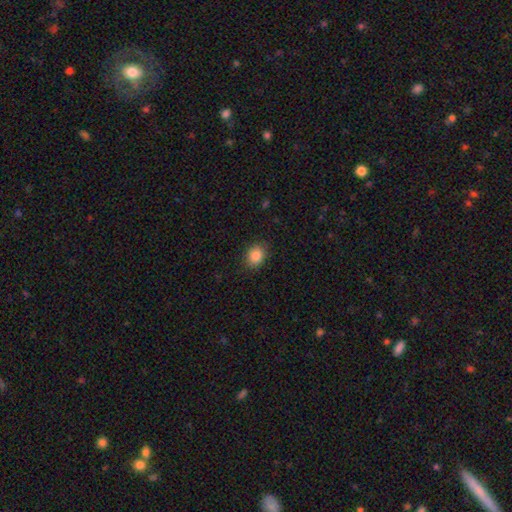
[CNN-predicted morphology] Smooth or featured?
  - smooth: 86% *
  - star or artifact: 9%
  - featured or disk: 5%
How rounded?
  - round: 50% *
  - in between: 49%
  - cigar-shaped: 1%
Merging?
  - none: 86% *
  - minor disturbance: 10%
  - major disturbance: 3%
  - merger: 1%